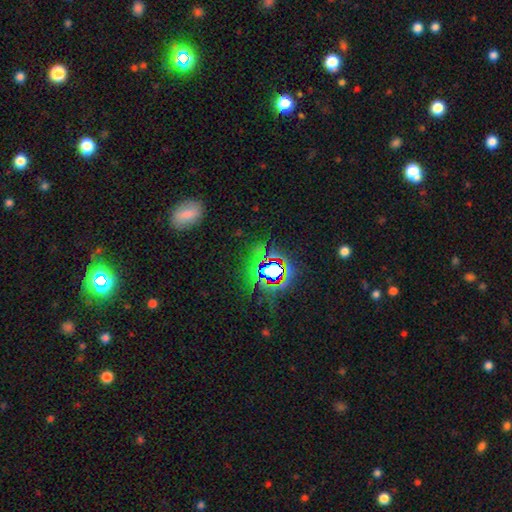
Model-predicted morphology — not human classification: A star or artifact, not a galaxy (77%).

Vote fractions:
- Smooth or featured? star or artifact: 77% / smooth: 12% / featured or disk: 11%